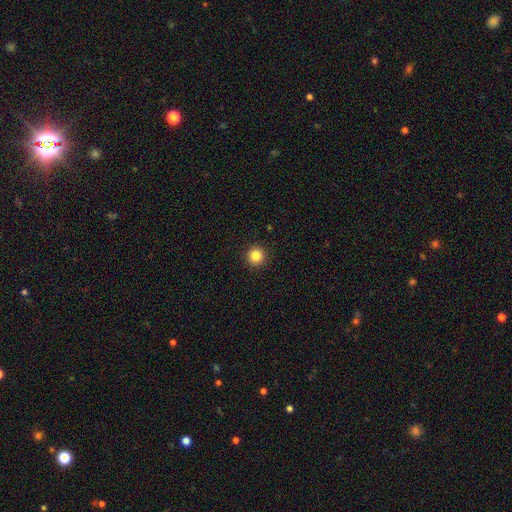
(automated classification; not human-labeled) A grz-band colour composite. It shows a smooth galaxy with no disk features (85%) that is round (96%). Merging: none (93%).